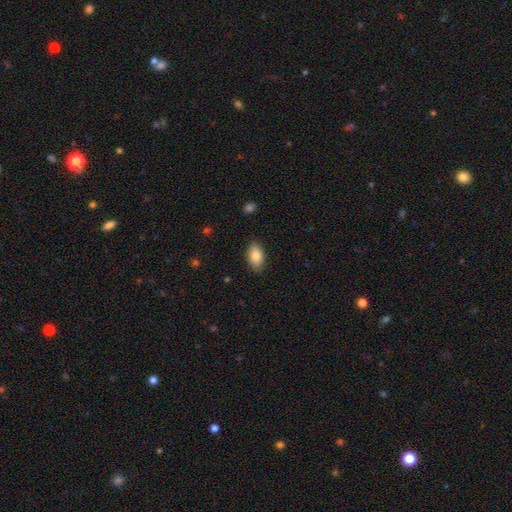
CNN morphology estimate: Smooth or featured? smooth (86%)
How rounded? in between (93%)
Merging? none (87%)